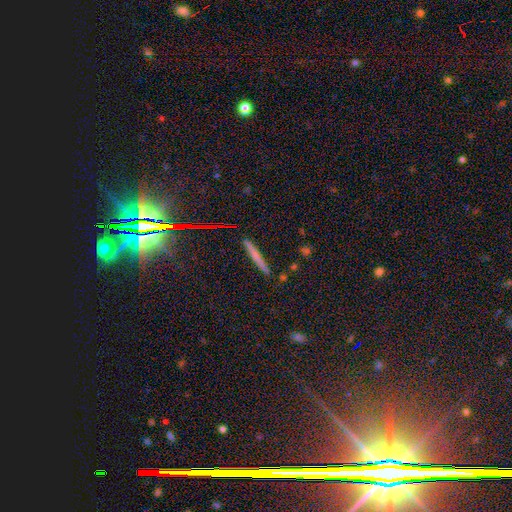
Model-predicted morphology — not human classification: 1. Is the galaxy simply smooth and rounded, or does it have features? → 54% smooth, 31% featured or disk, 15% star or artifact.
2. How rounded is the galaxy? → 94% cigar-shaped, 3% in between, 2% round.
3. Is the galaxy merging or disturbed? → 89% none, 8% minor disturbance, 2% merger, 2% major disturbance.